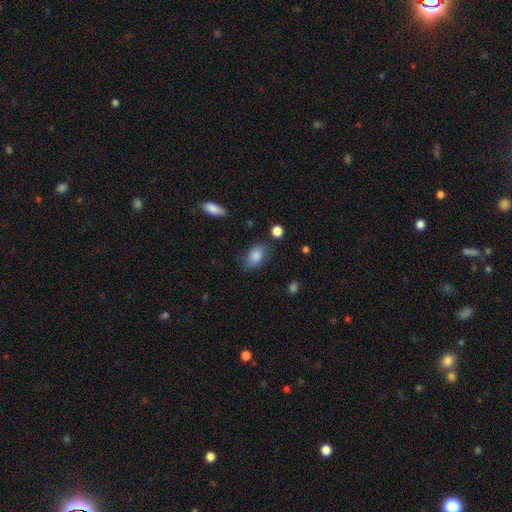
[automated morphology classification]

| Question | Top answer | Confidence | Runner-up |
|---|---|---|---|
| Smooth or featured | smooth | 86% | star or artifact (8%) |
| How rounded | in between | 86% | round (12%) |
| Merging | none | 68% | minor disturbance (23%) |